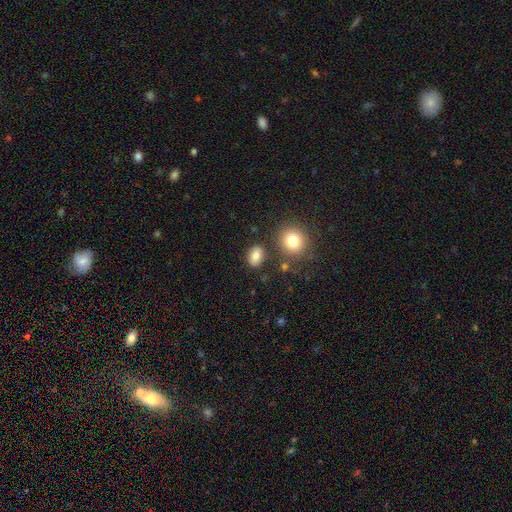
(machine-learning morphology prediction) smooth-or-featured: smooth: 82% | star or artifact: 11% | featured or disk: 8%
  how-rounded: in between: 74% | round: 24% | cigar-shaped: 2%
  merging: none: 81% | minor disturbance: 11% | merger: 5% | major disturbance: 3%